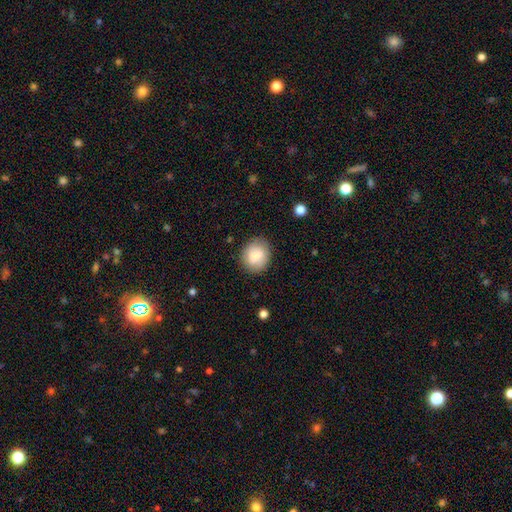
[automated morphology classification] Smooth or featured? smooth (79%)
How rounded? round (68%)
Merging? none (85%)